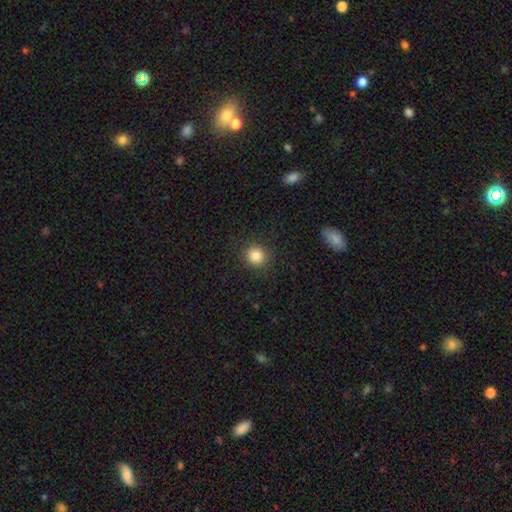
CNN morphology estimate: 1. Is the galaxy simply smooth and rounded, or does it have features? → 86% smooth, 10% star or artifact, 4% featured or disk.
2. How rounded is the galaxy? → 89% round, 10% in between, 1% cigar-shaped.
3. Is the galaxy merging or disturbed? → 89% none, 7% minor disturbance, 3% major disturbance, 1% merger.